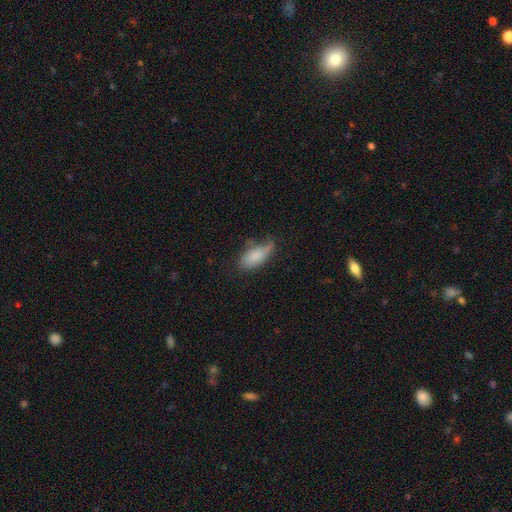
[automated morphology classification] A smooth galaxy with no disk features (82%) that is in between round and cigar-shaped (84%).

Vote fractions:
- Smooth or featured? smooth: 82% / featured or disk: 11% / star or artifact: 7%
- How rounded? in between: 84% / cigar-shaped: 14% / round: 2%
- Merging? none: 50% / minor disturbance: 35% / major disturbance: 12% / merger: 4%